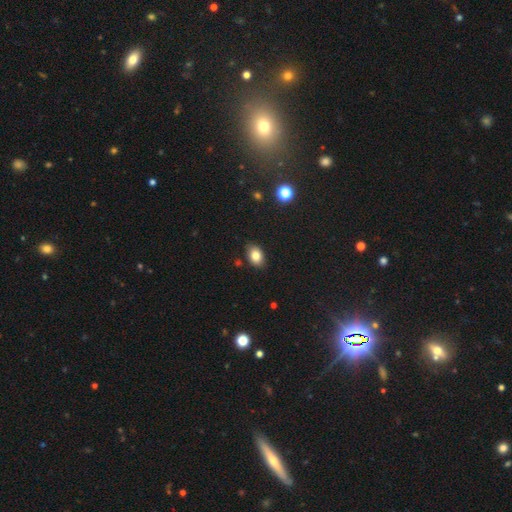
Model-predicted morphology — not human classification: The model was most divided on "how rounded": in between: 84%, round: 15%, cigar-shaped: 1%. More confident: merging — none (85%); smooth or featured — smooth (82%).